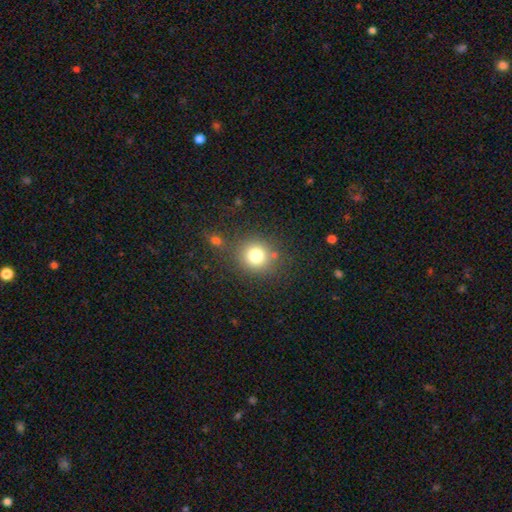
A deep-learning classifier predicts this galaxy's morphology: A smooth galaxy with no disk features (78%) that is round (88%).

Vote fractions:
- Smooth or featured? smooth: 78% / star or artifact: 14% / featured or disk: 9%
- How rounded? round: 88% / in between: 11% / cigar-shaped: 1%
- Merging? none: 79% / minor disturbance: 10% / merger: 7% / major disturbance: 4%